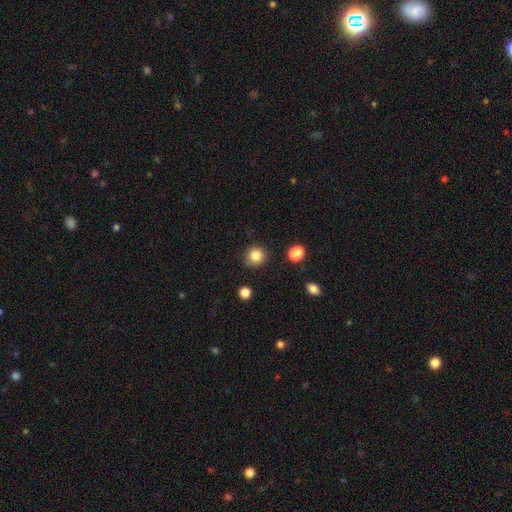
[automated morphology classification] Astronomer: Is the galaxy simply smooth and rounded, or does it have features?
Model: smooth — 84%.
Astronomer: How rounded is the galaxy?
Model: round — 93%.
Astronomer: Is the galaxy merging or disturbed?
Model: none — 85%.